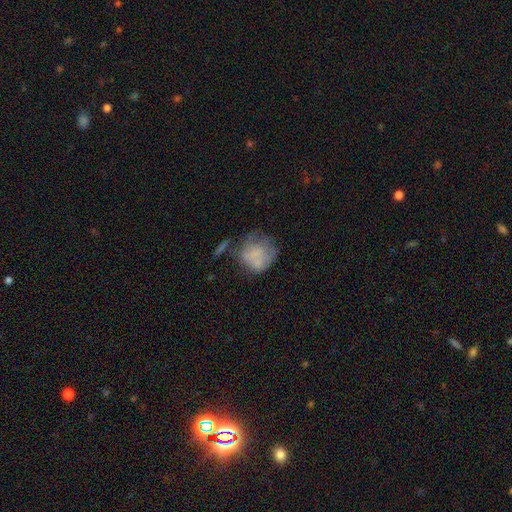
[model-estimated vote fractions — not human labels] Q: Smooth or featured?
A: smooth (62%); runner-up: featured or disk (27%)
Q: How rounded?
A: round (77%); runner-up: in between (22%)
Q: Merging?
A: none (41%); runner-up: minor disturbance (27%)